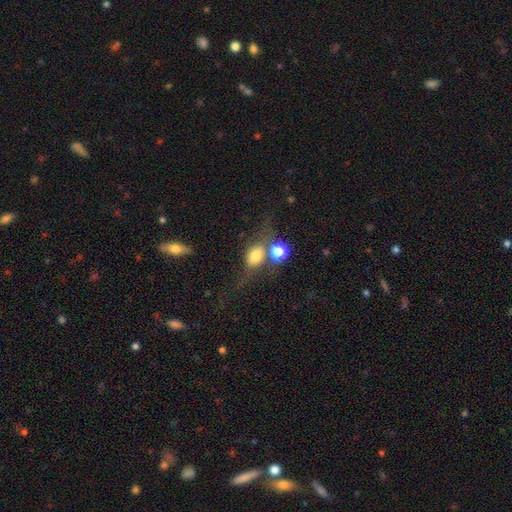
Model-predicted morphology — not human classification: A smooth galaxy with no disk features (69%) that is in between round and cigar-shaped (64%). Merging: none (44%).